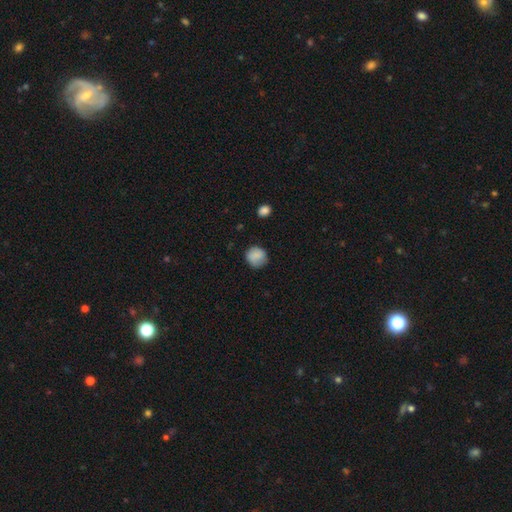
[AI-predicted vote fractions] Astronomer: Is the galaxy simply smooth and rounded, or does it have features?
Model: smooth — 85%.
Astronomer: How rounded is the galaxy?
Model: round — 86%.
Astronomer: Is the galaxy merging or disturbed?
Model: none — 77%.